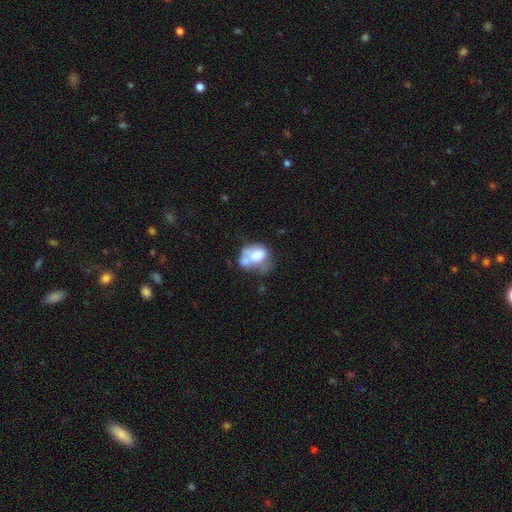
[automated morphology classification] This is possibly a smooth galaxy (59%). How rounded: likely in between (62%). Merging: marginally merger (37%).